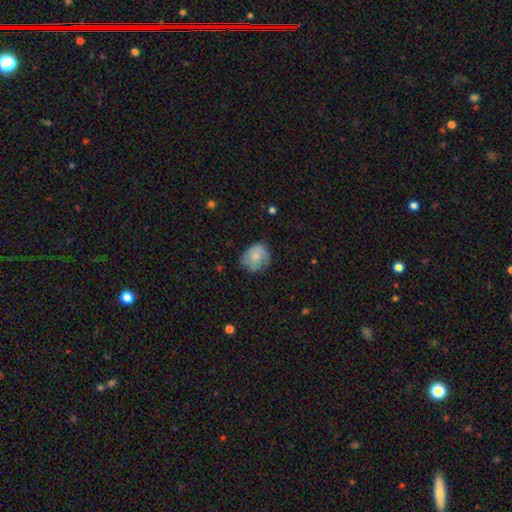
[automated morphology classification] smooth 75%, featured or disk 18%, star or artifact 7%. Down the decision tree: how rounded — round (73%); merging — none (67%).